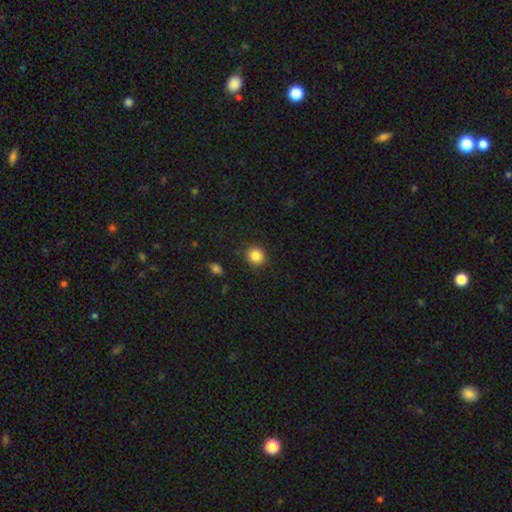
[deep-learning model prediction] Smooth or featured: smooth — 85% (star or artifact — 10%)
How rounded: round — 88% (in between — 11%)
Merging: none — 90% (minor disturbance — 6%)